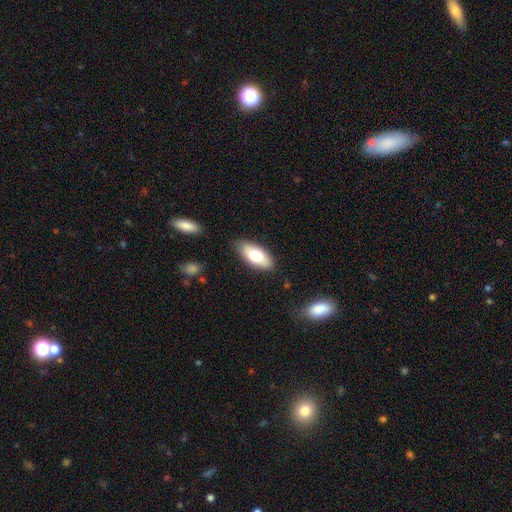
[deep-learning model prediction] Smooth or featured?
  - smooth: 74% *
  - featured or disk: 19%
  - star or artifact: 6%
How rounded?
  - in between: 87% *
  - cigar-shaped: 10%
  - round: 2%
Merging?
  - none: 85% *
  - minor disturbance: 11%
  - major disturbance: 2%
  - merger: 1%